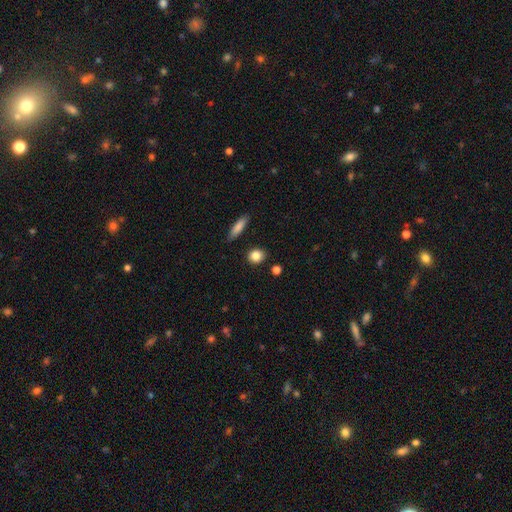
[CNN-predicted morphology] The model was most divided on "how rounded": round: 72%, in between: 25%, cigar-shaped: 3%. More confident: merging — none (87%); smooth or featured — smooth (85%).